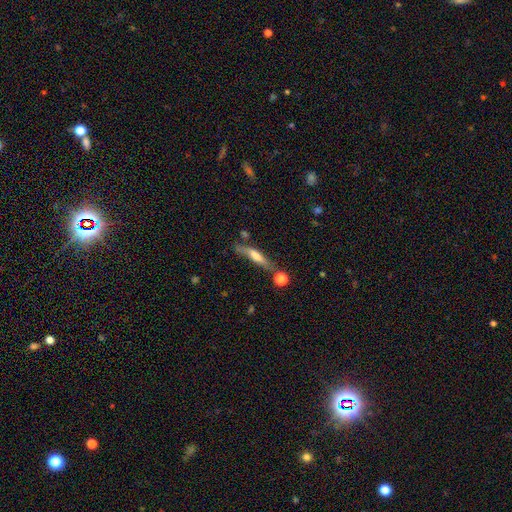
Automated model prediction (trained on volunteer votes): Smooth or featured: smooth — 46% (tied with featured or disk — 46%)
Merging: none — 58% (minor disturbance — 22%)